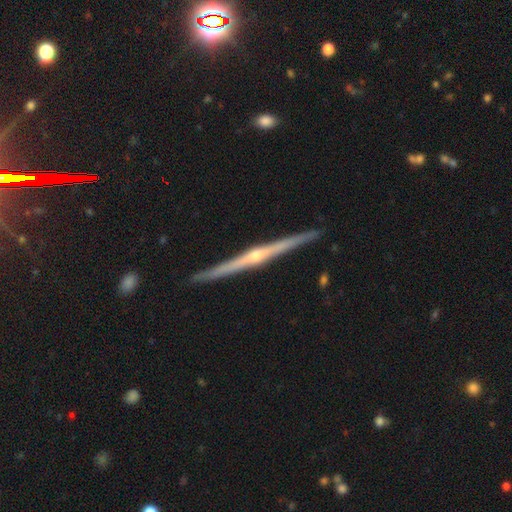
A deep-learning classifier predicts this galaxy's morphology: Smooth or featured: featured or disk — 85% (smooth — 10%)
Edge-on disk: yes — 98% (no — 2%)
Edge-on bulge: rounded — 82% (none — 13%)
Merging: none — 92% (minor disturbance — 6%)